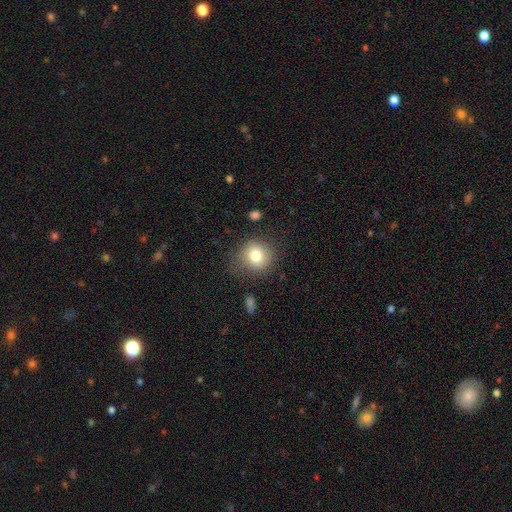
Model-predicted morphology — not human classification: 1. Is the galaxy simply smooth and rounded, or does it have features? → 79% smooth, 10% featured or disk, 10% star or artifact.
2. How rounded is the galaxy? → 85% round, 14% in between, 1% cigar-shaped.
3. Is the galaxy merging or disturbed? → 76% none, 16% minor disturbance, 6% major disturbance, 2% merger.